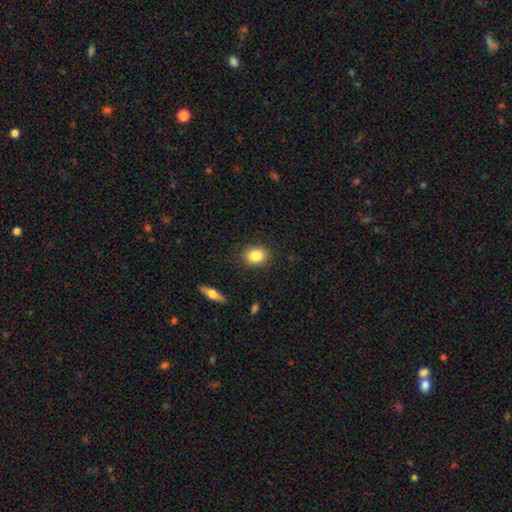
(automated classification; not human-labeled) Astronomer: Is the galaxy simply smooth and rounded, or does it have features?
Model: smooth — 83%.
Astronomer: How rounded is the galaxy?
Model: round — 52% (runner-up: in between, 47%).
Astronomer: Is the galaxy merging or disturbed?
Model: none — 89%.